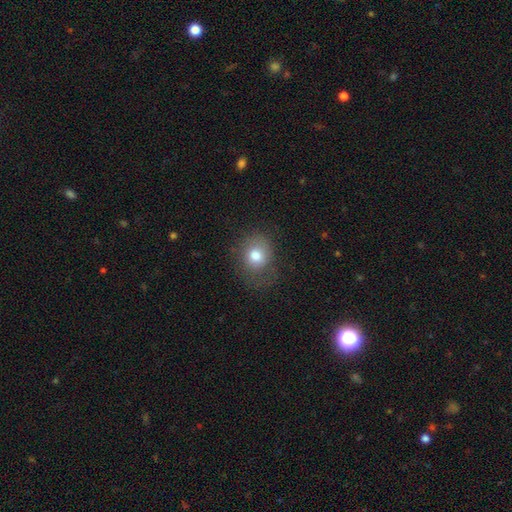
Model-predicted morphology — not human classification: smooth-or-featured: smooth: 77% | featured or disk: 12% | star or artifact: 11%
  how-rounded: round: 63% | in between: 36% | cigar-shaped: 1%
  merging: none: 65% | minor disturbance: 22% | major disturbance: 12% | merger: 1%